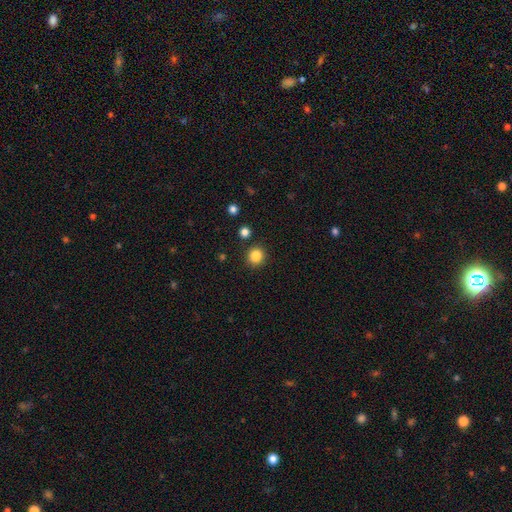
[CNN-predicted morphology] A smooth galaxy with no disk features (85%) that is round (90%). Merging: none (89%).